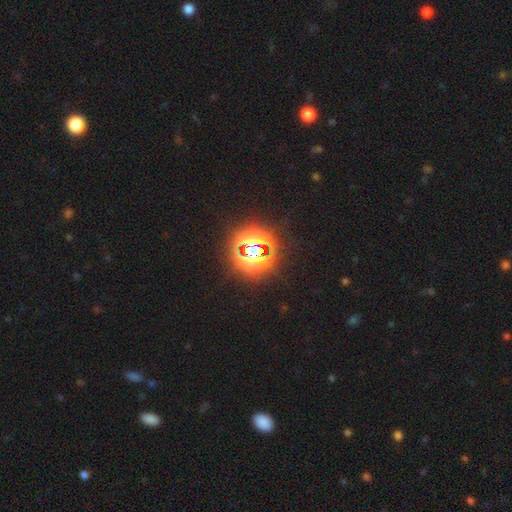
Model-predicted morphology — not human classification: star or artifact 73%, smooth 17%, featured or disk 10%.